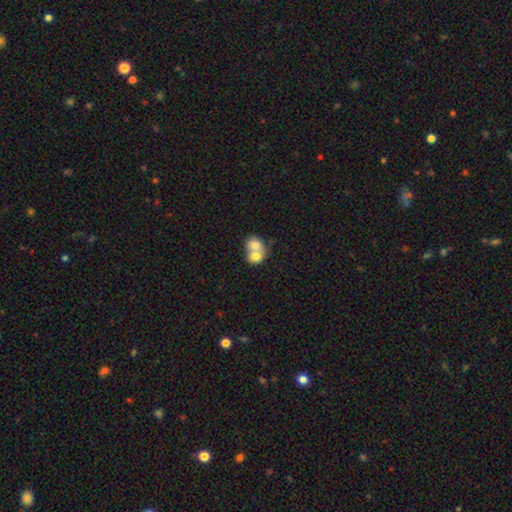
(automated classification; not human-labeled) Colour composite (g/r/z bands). It shows a smooth galaxy with no disk features (71%) that is round (54%). Merging: merger (77%).